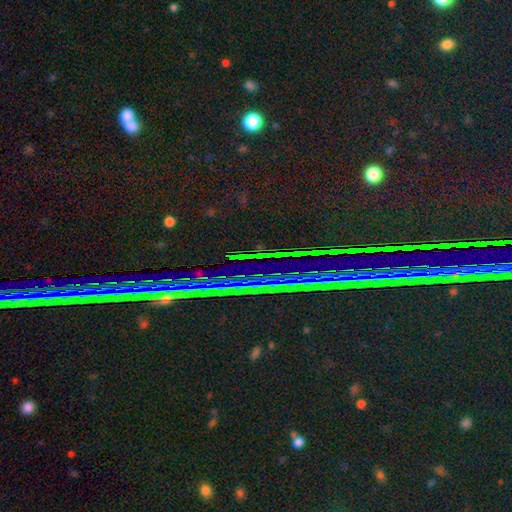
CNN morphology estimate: type=star or artifact (88%).